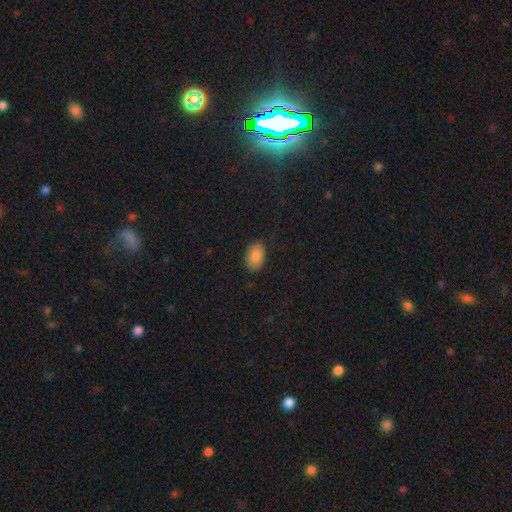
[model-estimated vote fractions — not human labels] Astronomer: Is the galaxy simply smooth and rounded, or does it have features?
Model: smooth — 86%.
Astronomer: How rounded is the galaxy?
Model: in between — 91%.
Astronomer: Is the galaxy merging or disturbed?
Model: none — 84%.